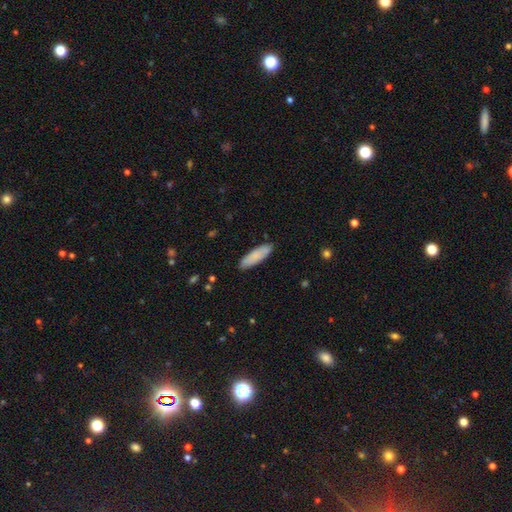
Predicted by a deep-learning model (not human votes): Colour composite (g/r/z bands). It shows a smooth galaxy with no disk features (85%) that is cigar-shaped (54%). Merging: none (87%).